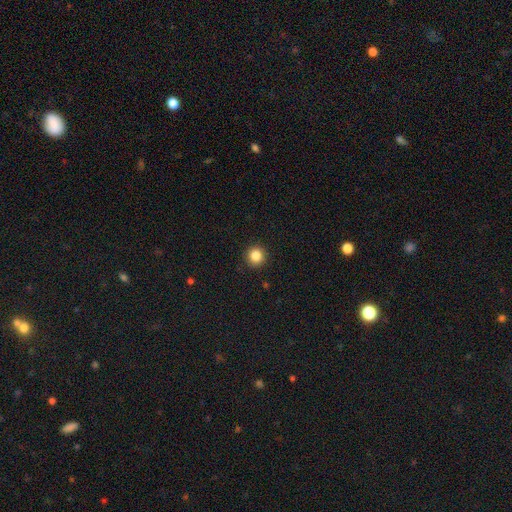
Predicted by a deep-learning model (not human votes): smooth 85%, star or artifact 11%, featured or disk 4%. Down the decision tree: how rounded — round (94%); merging — none (92%).